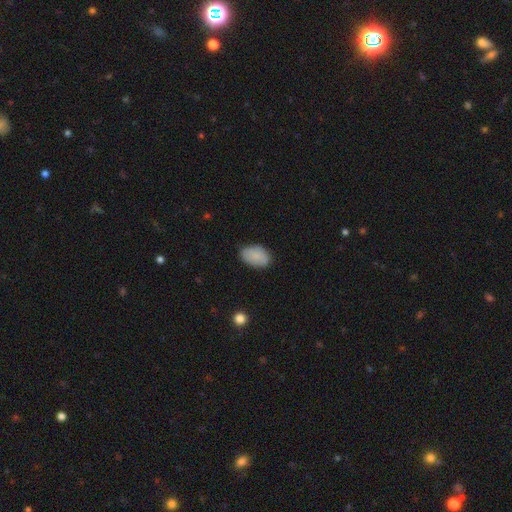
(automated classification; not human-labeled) Smooth or featured?
  - smooth: 86% *
  - featured or disk: 7%
  - star or artifact: 7%
How rounded?
  - in between: 91% *
  - round: 8%
  - cigar-shaped: 1%
Merging?
  - none: 77% *
  - minor disturbance: 18%
  - major disturbance: 3%
  - merger: 1%